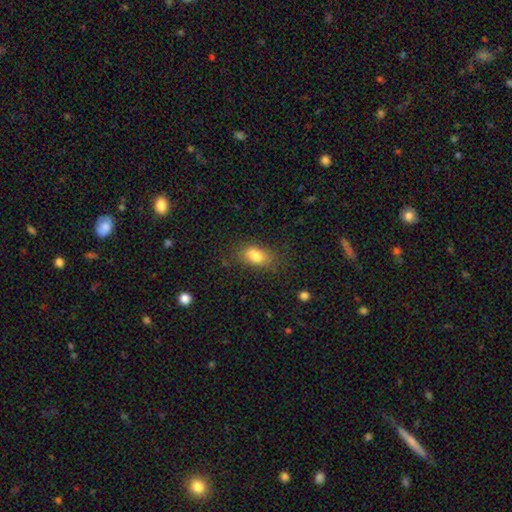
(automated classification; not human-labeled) Smooth or featured: smooth — 81% (featured or disk — 10%)
How rounded: in between — 86% (round — 10%)
Merging: none — 73% (minor disturbance — 19%)